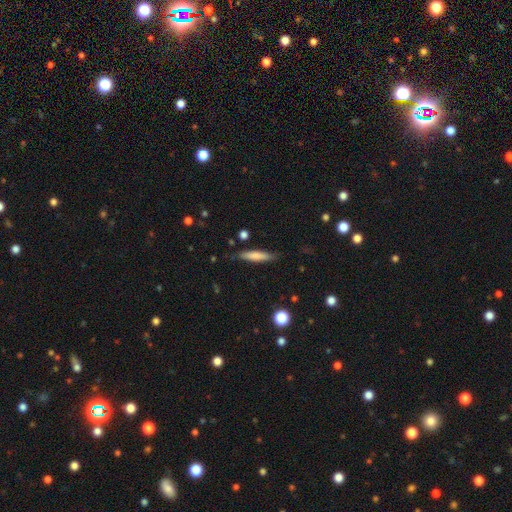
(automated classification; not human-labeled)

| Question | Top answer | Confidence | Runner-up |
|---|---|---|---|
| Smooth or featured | smooth | 74% | featured or disk (20%) |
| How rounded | cigar-shaped | 86% | in between (13%) |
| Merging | none | 82% | minor disturbance (14%) |